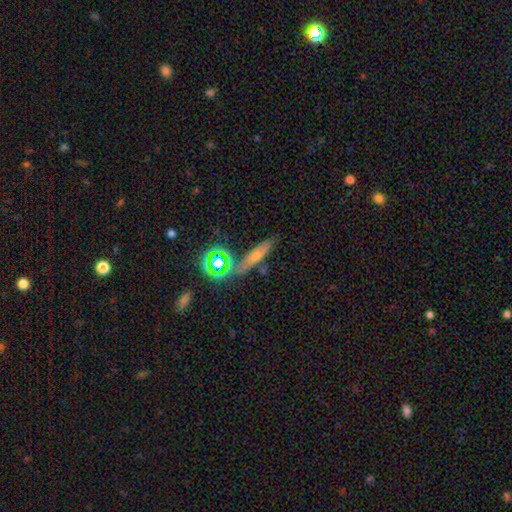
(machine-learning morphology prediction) Overall: smooth (41%; featured or disk 36%). Merging: none (72%).